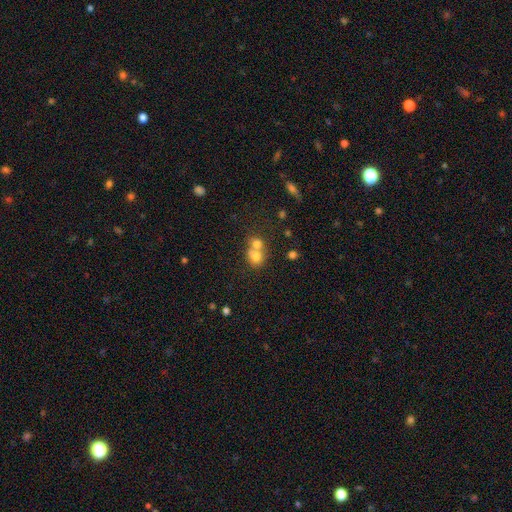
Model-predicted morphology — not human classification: type=smooth (72%); roundness=round (67%); merging=merger (64%).